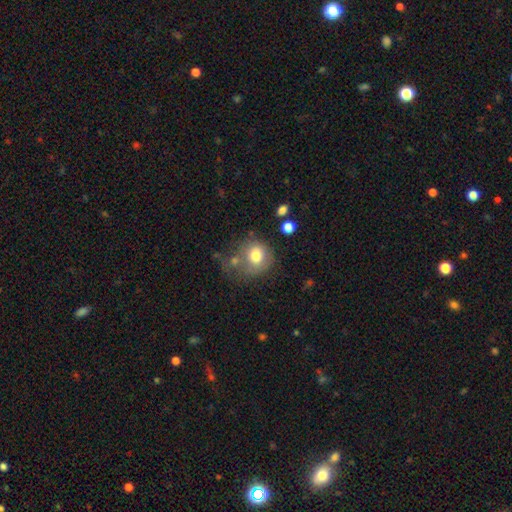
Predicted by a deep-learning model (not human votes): Smooth or featured: smooth — 76% (featured or disk — 15%)
How rounded: round — 80% (in between — 19%)
Merging: none — 47% (minor disturbance — 21%)